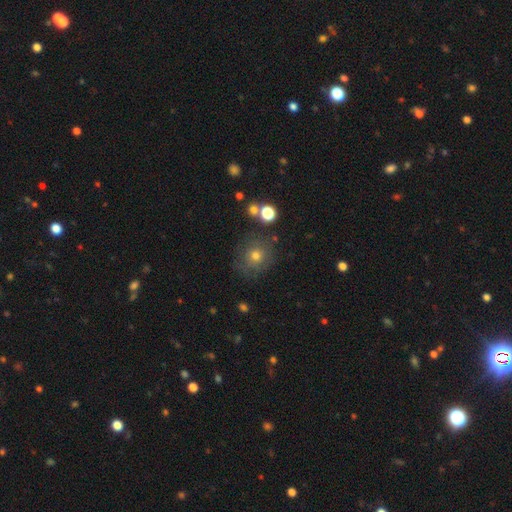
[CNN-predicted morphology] This is likely a smooth galaxy (68%). How rounded: clearly round (89%). Merging: likely none (77%).